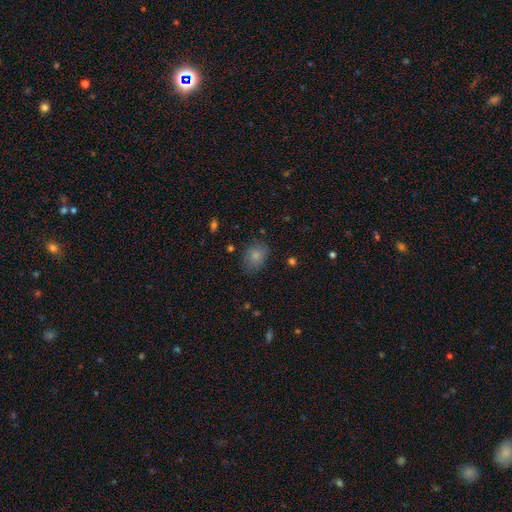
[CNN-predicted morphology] Smooth or featured?
  - smooth: 80% *
  - star or artifact: 10%
  - featured or disk: 9%
How rounded?
  - in between: 63% *
  - round: 36%
  - cigar-shaped: 1%
Merging?
  - none: 76% *
  - minor disturbance: 17%
  - major disturbance: 5%
  - merger: 2%